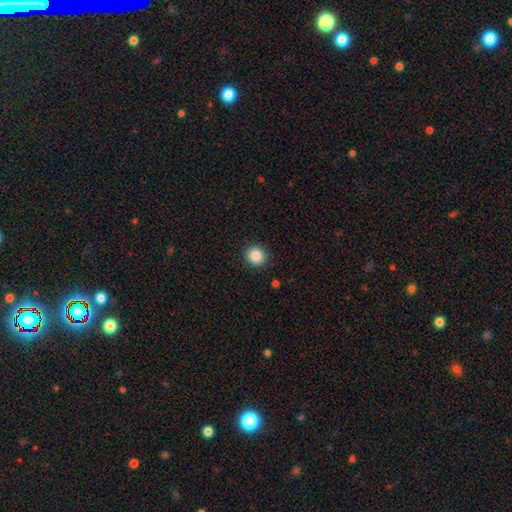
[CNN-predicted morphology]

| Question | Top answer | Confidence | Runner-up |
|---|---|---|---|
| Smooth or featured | smooth | 87% | star or artifact (9%) |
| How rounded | round | 85% | in between (14%) |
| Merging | none | 90% | minor disturbance (7%) |